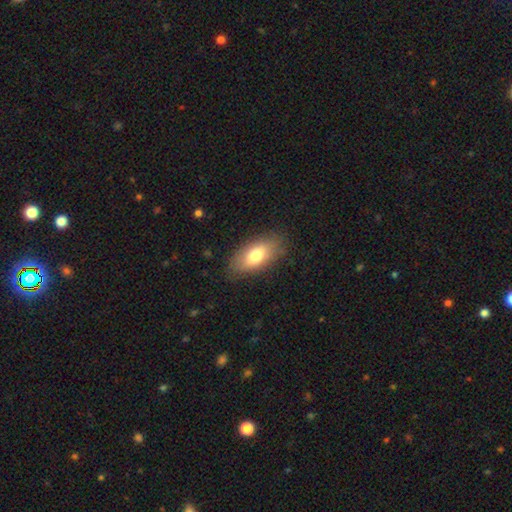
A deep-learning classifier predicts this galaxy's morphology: Smooth or featured: smooth — 74% (featured or disk — 19%)
How rounded: in between — 87% (cigar-shaped — 9%)
Merging: none — 82% (minor disturbance — 13%)